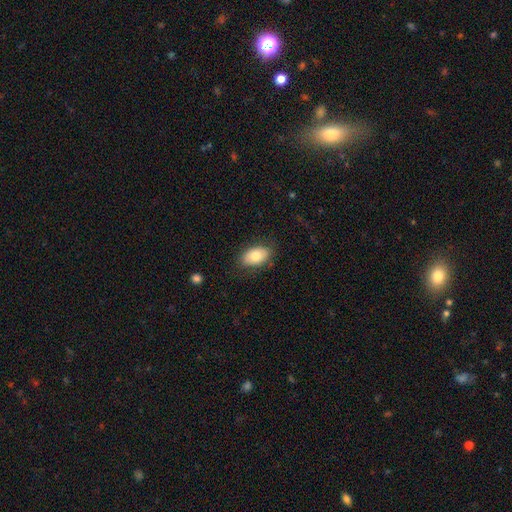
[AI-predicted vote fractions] Morphology: type=smooth (77%); roundness=in between (91%); merging=none (82%).